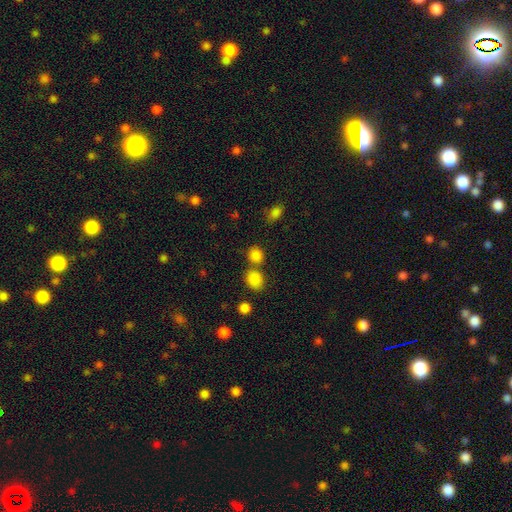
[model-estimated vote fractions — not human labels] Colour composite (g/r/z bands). It shows a smooth galaxy with no disk features (84%) that is round (73%). Merging: none (59%).